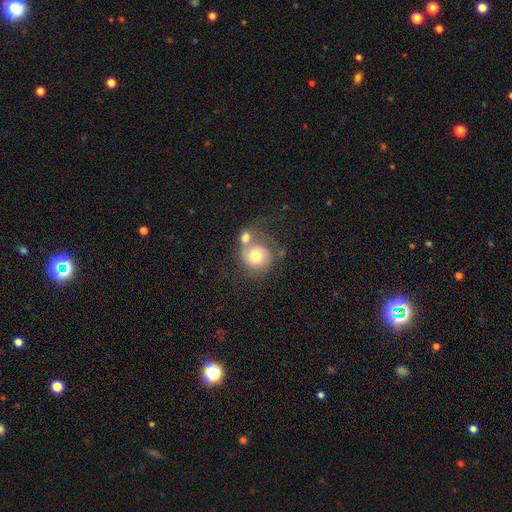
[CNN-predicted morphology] Smooth or featured? smooth (53%)
How rounded? round (82%)
Merging? merger (47%)